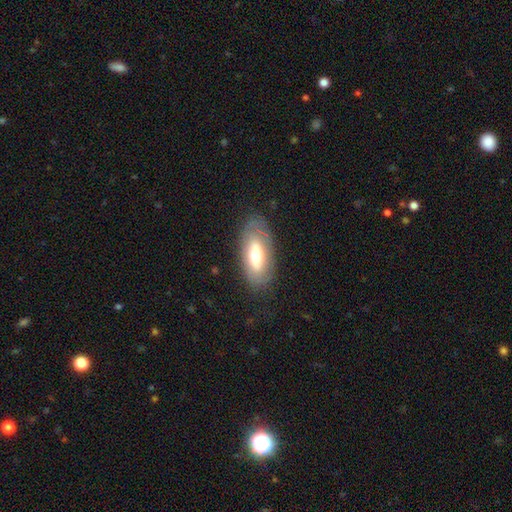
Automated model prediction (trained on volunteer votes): smooth_or_featured: smooth (p=0.55) [alt: featured or disk p=0.38]
how_rounded: in between (p=0.86) [alt: cigar-shaped p=0.11]
merging: none (p=0.77) [alt: minor disturbance p=0.15]